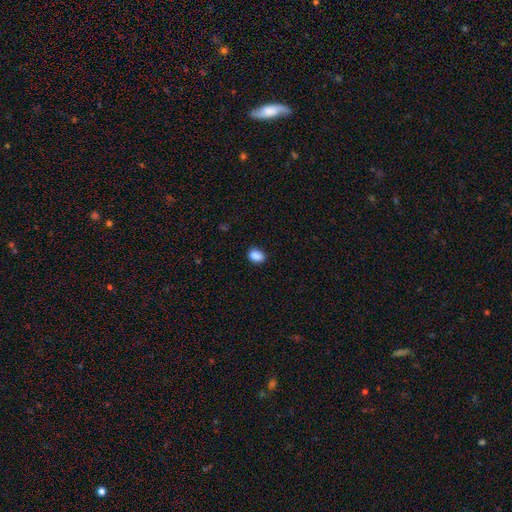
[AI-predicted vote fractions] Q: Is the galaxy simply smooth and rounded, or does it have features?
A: smooth — 87%.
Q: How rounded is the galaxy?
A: in between — 69%.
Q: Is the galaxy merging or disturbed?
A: none — 80%.